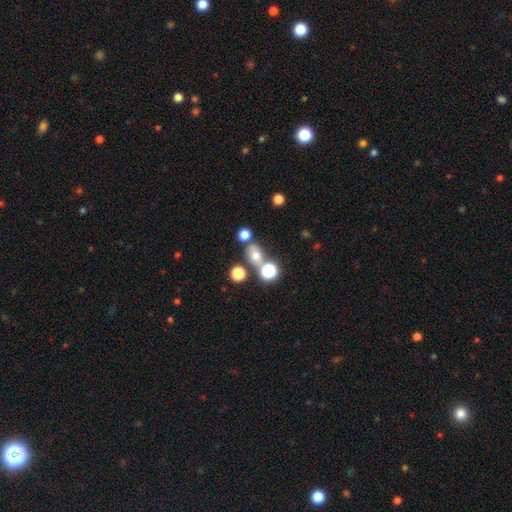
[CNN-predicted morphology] A smooth galaxy with no disk features (63%) that is round (49%, tied with in between). Merging: none (59%).